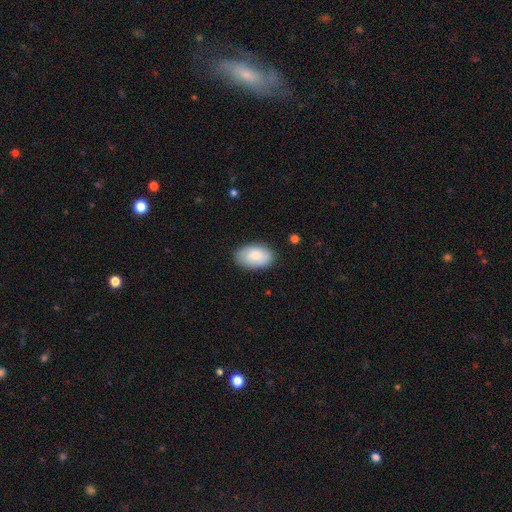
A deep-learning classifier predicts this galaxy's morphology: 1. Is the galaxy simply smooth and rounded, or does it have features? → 79% smooth, 15% featured or disk, 6% star or artifact.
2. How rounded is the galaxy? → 92% in between, 7% round, 1% cigar-shaped.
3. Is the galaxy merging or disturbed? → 83% none, 13% minor disturbance, 3% major disturbance, 1% merger.